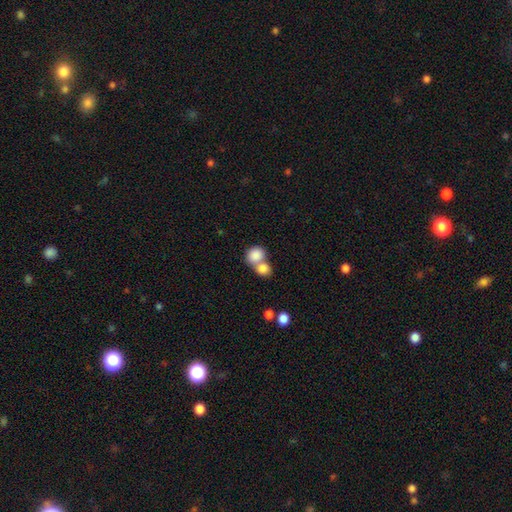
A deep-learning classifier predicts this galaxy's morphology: type=smooth (84%); roundness=round (66%); merging=merger (64%).